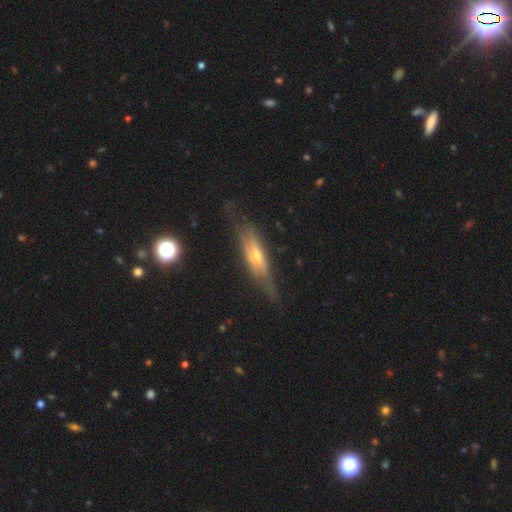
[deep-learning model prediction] Smooth or featured: featured or disk — 71% (smooth — 21%)
Edge-on disk: yes — 86% (no — 14%)
Edge-on bulge: rounded — 75% (none — 13%)
Merging: none — 72% (minor disturbance — 19%)